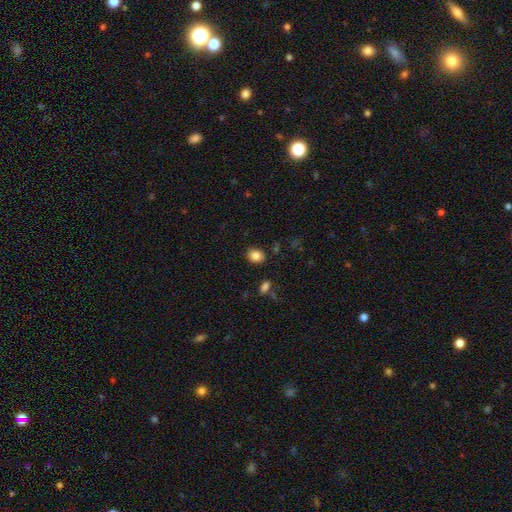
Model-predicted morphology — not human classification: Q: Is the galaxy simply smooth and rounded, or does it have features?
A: smooth — 85%.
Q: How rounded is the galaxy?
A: in between — 52%.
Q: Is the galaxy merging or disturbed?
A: none — 86%.